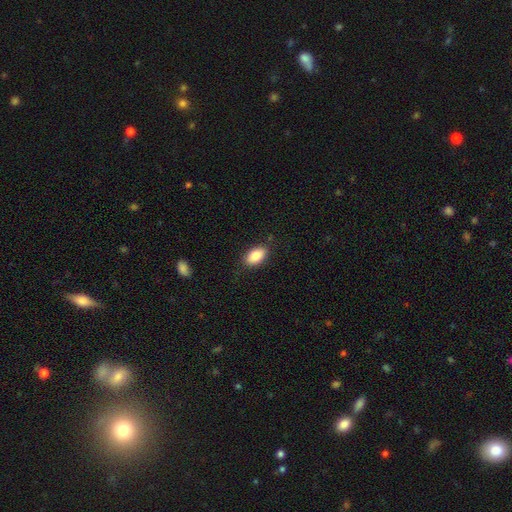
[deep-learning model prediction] This appears to be a smooth galaxy with no disk features (85%) that is in between round and cigar-shaped (91%). Merging: none (85%).